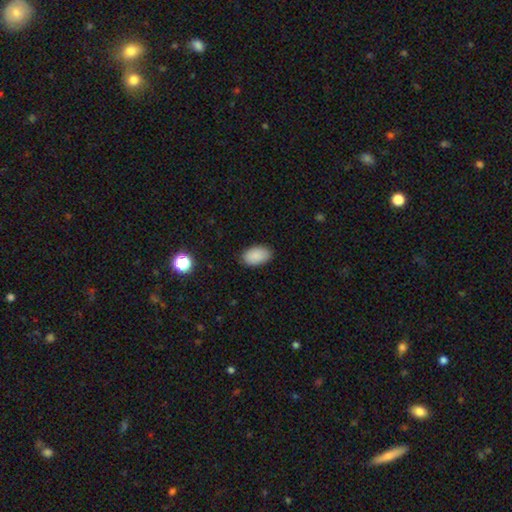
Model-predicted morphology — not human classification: smooth_or_featured: smooth (p=0.89) [alt: star or artifact p=0.08]
how_rounded: in between (p=0.93) [alt: round p=0.05]
merging: none (p=0.86) [alt: minor disturbance p=0.11]